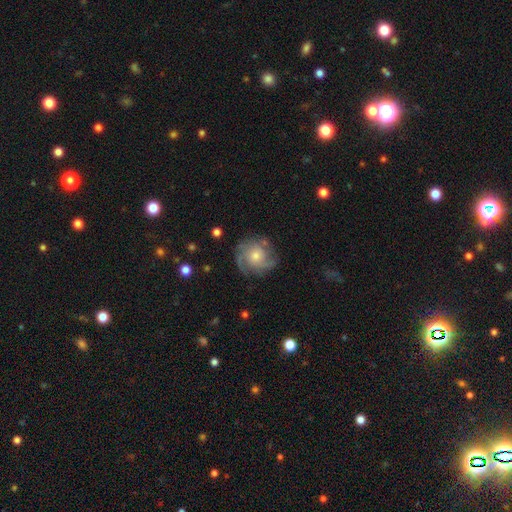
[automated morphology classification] The model was most divided on "spiral winding": tight: 45%, medium: 40%, loose: 15%. Remaining: edge-on disk — no (98%); spiral arms — yes (92%); bar — no (79%); merging — none (74%); smooth or featured — featured or disk (72%); bulge size — moderate (59%); spiral arm count — 3 (33%).